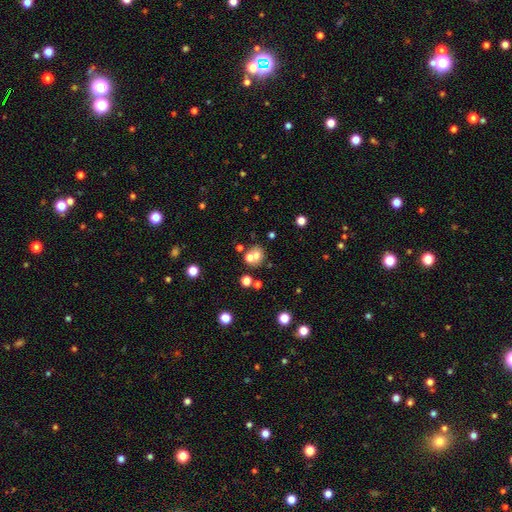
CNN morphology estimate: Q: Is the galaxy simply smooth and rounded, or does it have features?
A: smooth — 63%.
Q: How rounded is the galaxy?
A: round — 78%.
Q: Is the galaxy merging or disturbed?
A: none — 48%.